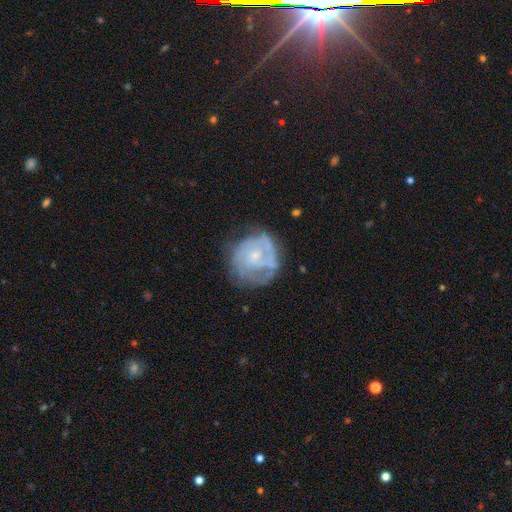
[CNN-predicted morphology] This appears to be a featured or disk galaxy (69%) with no bar (77%), spiral arms (69%) and a small central bulge (63%). Merging: none (56%).